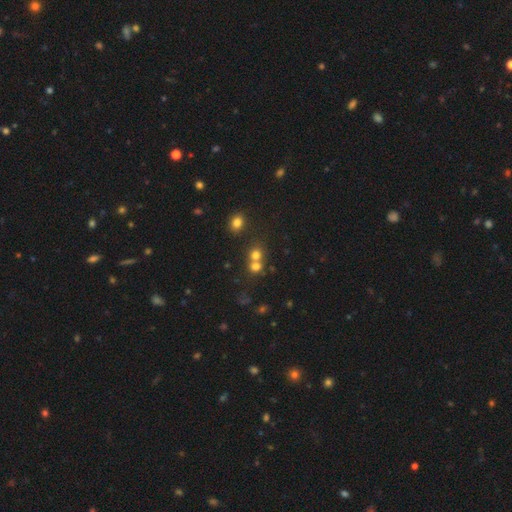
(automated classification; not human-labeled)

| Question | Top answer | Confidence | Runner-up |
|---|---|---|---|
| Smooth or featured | smooth | 72% | star or artifact (17%) |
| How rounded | round | 81% | in between (18%) |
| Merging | merger | 49% | none (42%) |